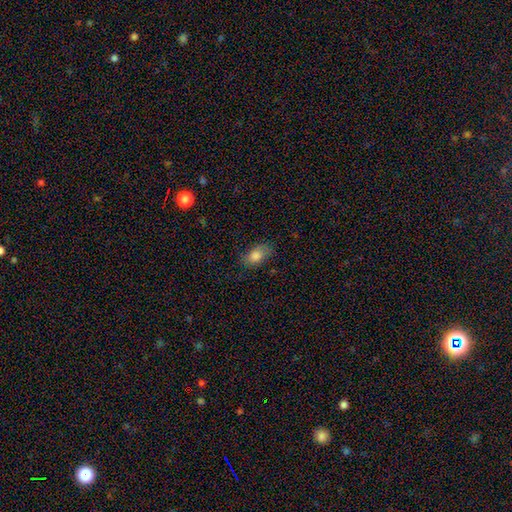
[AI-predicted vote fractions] smooth 82%, featured or disk 10%, star or artifact 8%. Down the decision tree: how rounded — in between (88%); merging — none (74%).